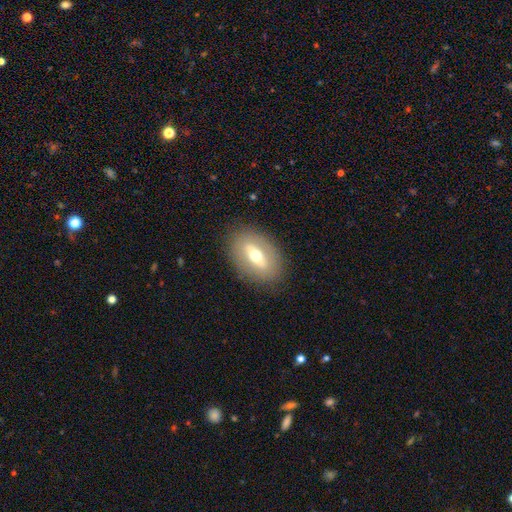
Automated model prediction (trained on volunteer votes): Smooth or featured? featured or disk (48%)
Merging? none (84%)